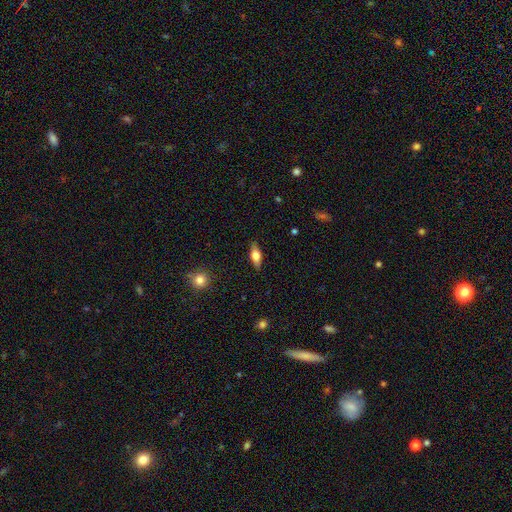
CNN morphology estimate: smooth 52%, featured or disk 41%, star or artifact 7%. Down the decision tree: how rounded — in between (68%); merging — none (87%).